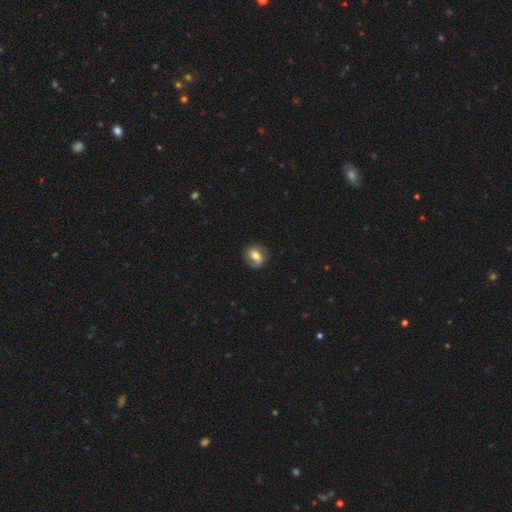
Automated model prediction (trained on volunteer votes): Overall: smooth (49%; featured or disk 43%). Merging: none (75%).